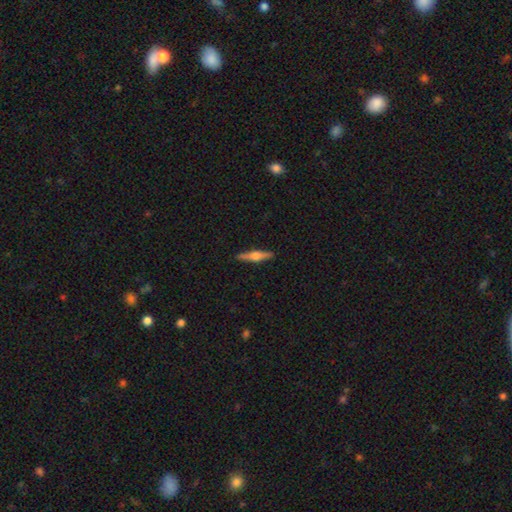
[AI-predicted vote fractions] A featured or disk galaxy (64%) viewed edge-on (97%) with a rounded central bulge (88%).

Vote fractions:
- Smooth or featured? featured or disk: 64% / smooth: 30% / star or artifact: 6%
- Edge-on disk? yes: 97% / no: 3%
- Edge-on bulge? rounded: 88% / boxy: 8% / none: 3%
- Merging? none: 91% / minor disturbance: 7% / major disturbance: 1% / merger: 1%